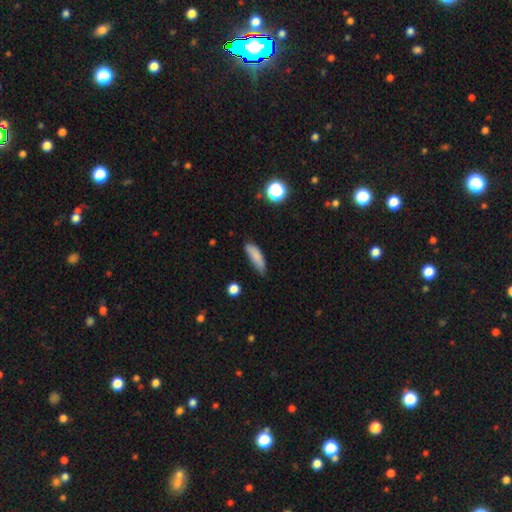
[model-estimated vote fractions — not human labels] smooth_or_featured: smooth (p=0.83) [alt: featured or disk p=0.09]
how_rounded: cigar-shaped (p=0.55) [alt: in between p=0.42]
merging: none (p=0.65) [alt: minor disturbance p=0.28]